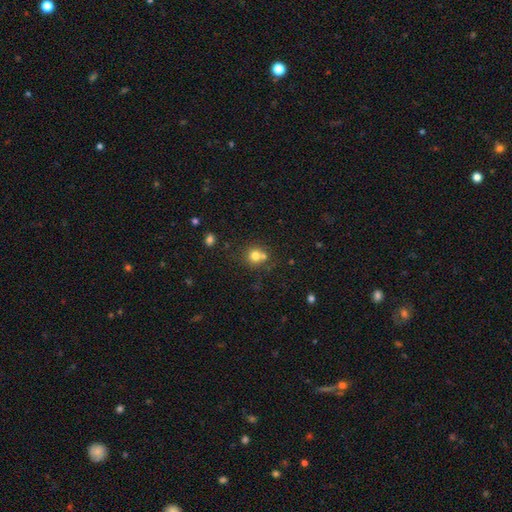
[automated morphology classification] Smooth or featured? Predicted: smooth (p=0.75). How rounded? Predicted: round (p=0.88). Merging? Predicted: none (p=0.56).